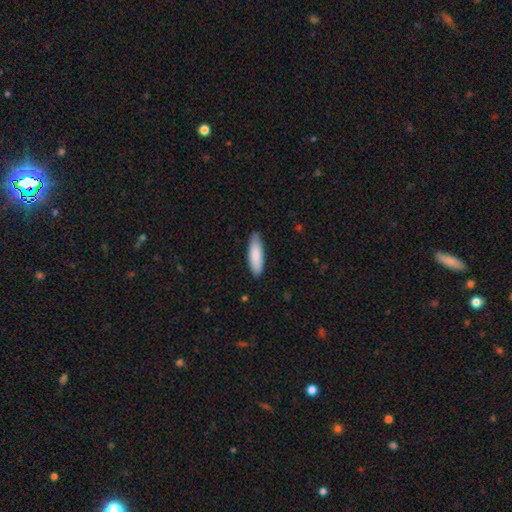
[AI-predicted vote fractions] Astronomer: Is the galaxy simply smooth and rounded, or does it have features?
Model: smooth — 86%.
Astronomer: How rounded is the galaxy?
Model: in between — 50% (runner-up: cigar-shaped, 48%).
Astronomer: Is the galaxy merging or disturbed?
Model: none — 84%.